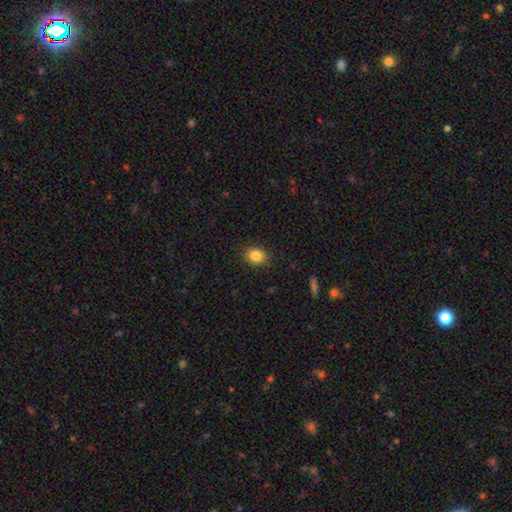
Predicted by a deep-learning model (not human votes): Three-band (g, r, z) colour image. It shows a smooth galaxy with no disk features (85%) that is round (61%). Merging: none (89%).